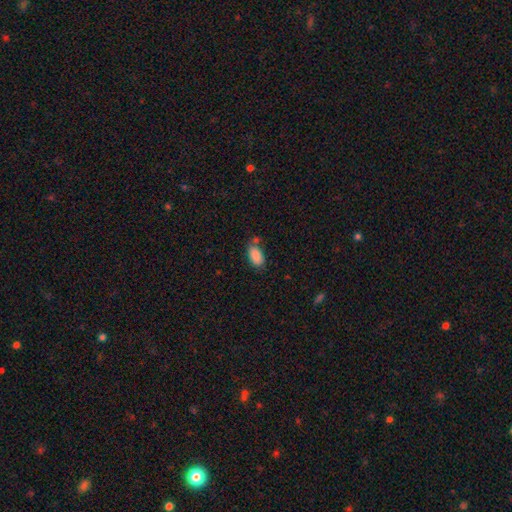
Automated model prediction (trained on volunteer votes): This appears to be a smooth galaxy with no disk features (88%) that is in between round and cigar-shaped (93%). Merging: none (65%).